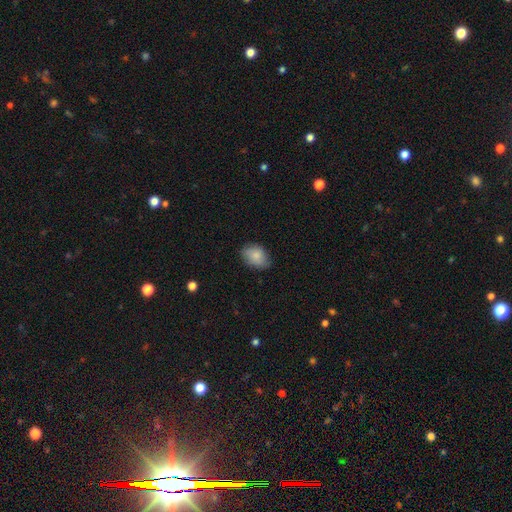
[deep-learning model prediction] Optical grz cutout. It shows a smooth galaxy with no disk features (84%) that is in between round and cigar-shaped (81%). Merging: none (76%).